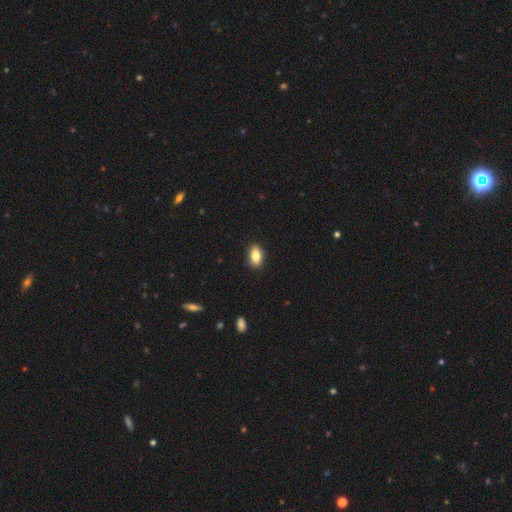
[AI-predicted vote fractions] Q: Smooth or featured?
A: smooth (83%); runner-up: featured or disk (10%)
Q: How rounded?
A: in between (88%); runner-up: round (9%)
Q: Merging?
A: none (89%); runner-up: minor disturbance (8%)